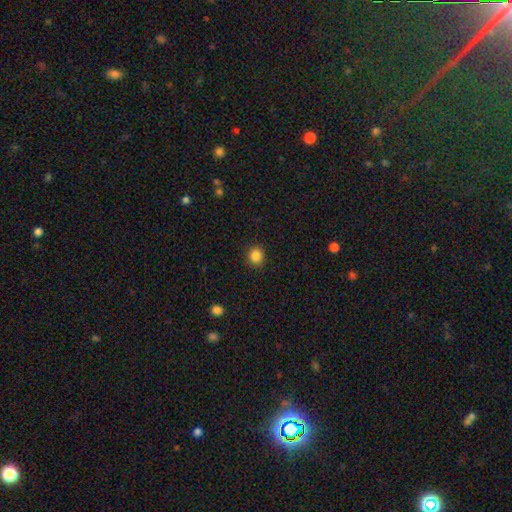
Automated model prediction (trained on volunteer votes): smooth 85%, star or artifact 11%, featured or disk 4%. Down the decision tree: how rounded — round (88%); merging — none (91%).